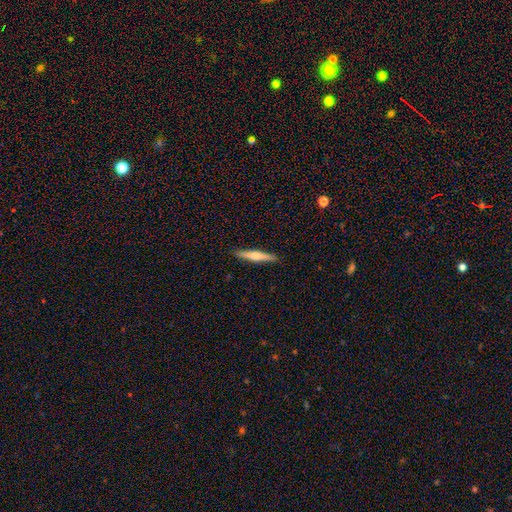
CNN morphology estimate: This appears to be a featured or disk galaxy (50%). Merging: none (91%).